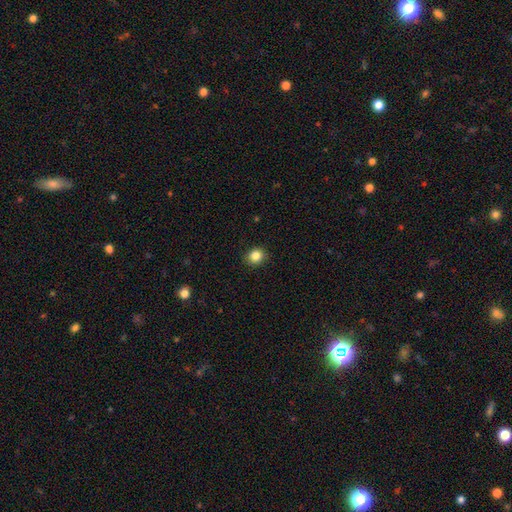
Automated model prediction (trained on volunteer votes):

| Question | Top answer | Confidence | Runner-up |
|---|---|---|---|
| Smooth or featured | smooth | 85% | star or artifact (11%) |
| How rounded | round | 79% | in between (20%) |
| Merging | none | 90% | minor disturbance (7%) |